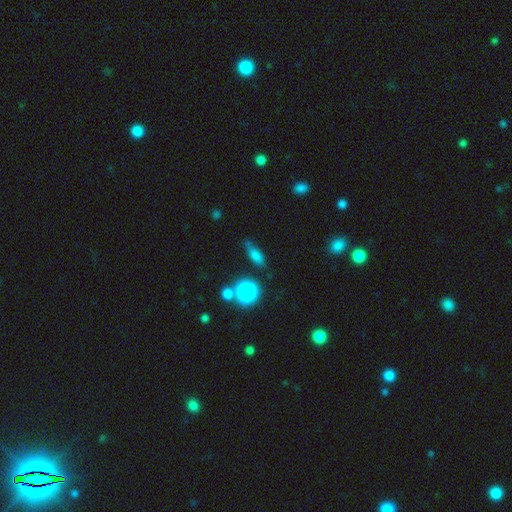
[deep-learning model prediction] This is likely a smooth galaxy (71%). How rounded: possibly in between (52%). Merging: likely none (65%).